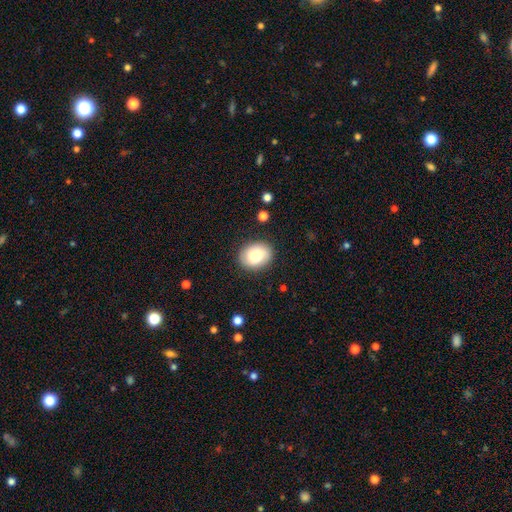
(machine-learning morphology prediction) This is likely a smooth galaxy (78%). How rounded: possibly in between (59%). Merging: clearly none (85%).